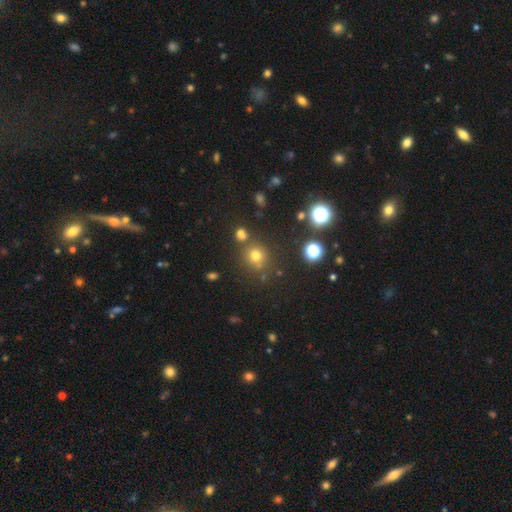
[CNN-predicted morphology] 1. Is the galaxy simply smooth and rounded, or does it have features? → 69% smooth, 23% star or artifact, 8% featured or disk.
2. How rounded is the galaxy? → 88% round, 11% in between, 1% cigar-shaped.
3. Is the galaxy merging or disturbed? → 76% none, 11% merger, 10% minor disturbance, 4% major disturbance.